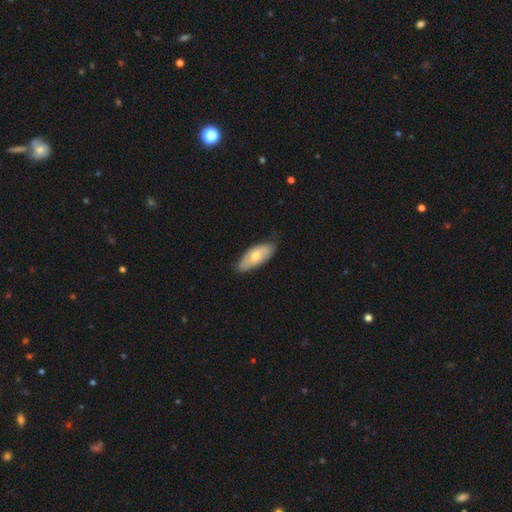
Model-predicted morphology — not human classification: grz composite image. It shows a smooth galaxy with no disk features (60%) that is in between round and cigar-shaped (84%). Merging: none (80%).